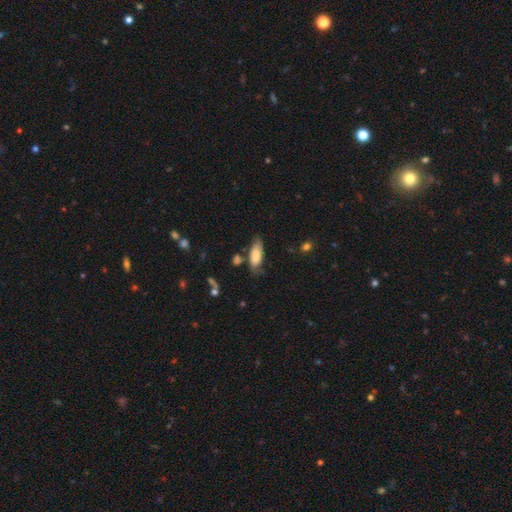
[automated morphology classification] This appears to be a smooth galaxy with no disk features (80%) that is in between round and cigar-shaped (73%). Merging: none (63%).